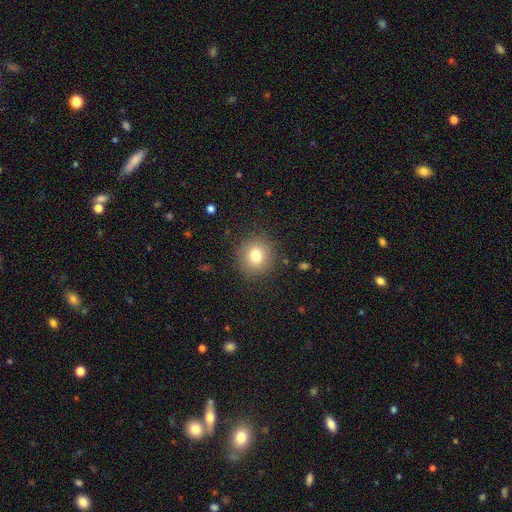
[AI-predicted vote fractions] This is likely a smooth galaxy (78%). How rounded: clearly round (90%). Merging: clearly none (89%).